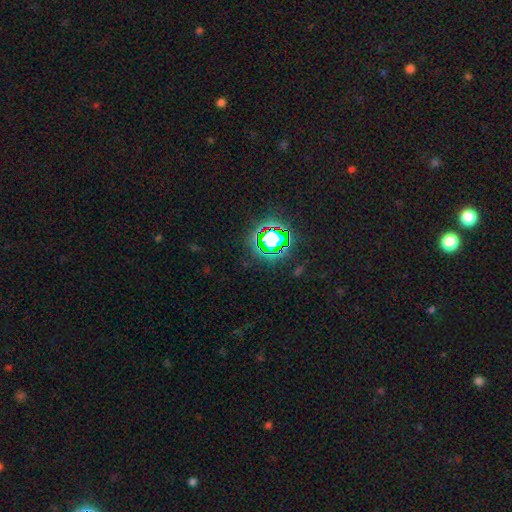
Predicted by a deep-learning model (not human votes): Smooth or featured: star or artifact — 79% (smooth — 14%)